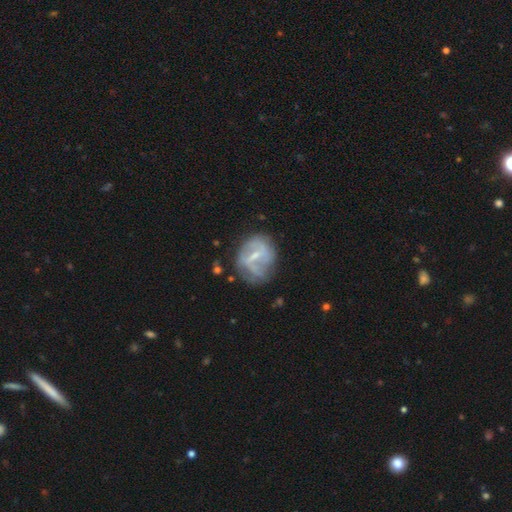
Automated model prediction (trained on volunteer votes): Smooth or featured?
  - featured or disk: 66% *
  - smooth: 26%
  - star or artifact: 8%
Edge-on disk?
  - no: 96% *
  - yes: 4%
Bar?
  - weak: 48% *
  - strong: 32%
  - no: 20%
Spiral arms?
  - yes: 53% *
  - no: 47%
Bulge size?
  - small: 58% *
  - moderate: 26%
  - none: 13%
  - large: 2%
  - dominant: 1%
Merging?
  - none: 49% *
  - minor disturbance: 28%
  - major disturbance: 19%
  - merger: 4%